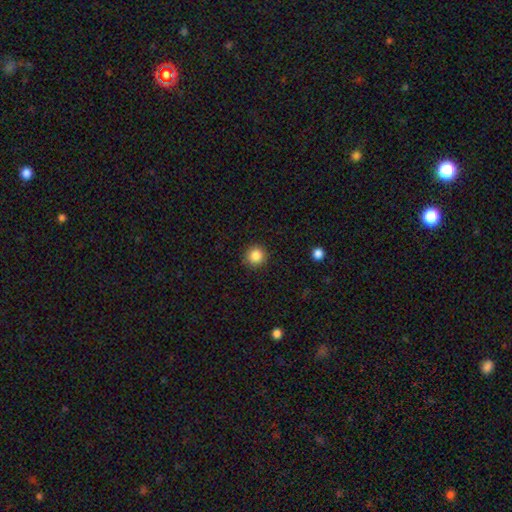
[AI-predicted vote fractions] A smooth galaxy with no disk features (86%) that is round (95%). Merging: none (91%).